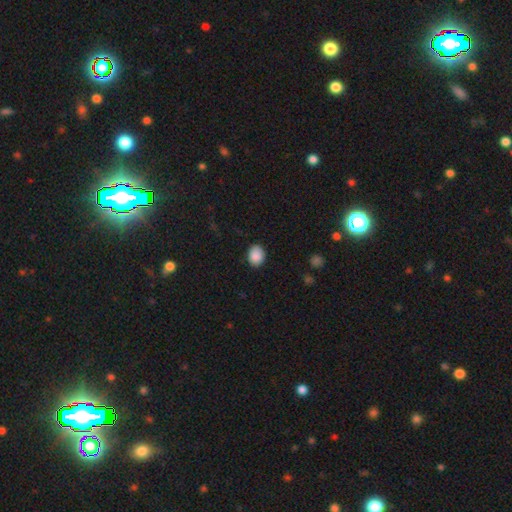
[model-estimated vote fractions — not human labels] A smooth galaxy with no disk features (89%) that is in between round and cigar-shaped (56%).

Vote fractions:
- Smooth or featured? smooth: 89% / star or artifact: 8% / featured or disk: 4%
- How rounded? in between: 56% / round: 43% / cigar-shaped: 1%
- Merging? none: 85% / minor disturbance: 12% / major disturbance: 2% / merger: 1%